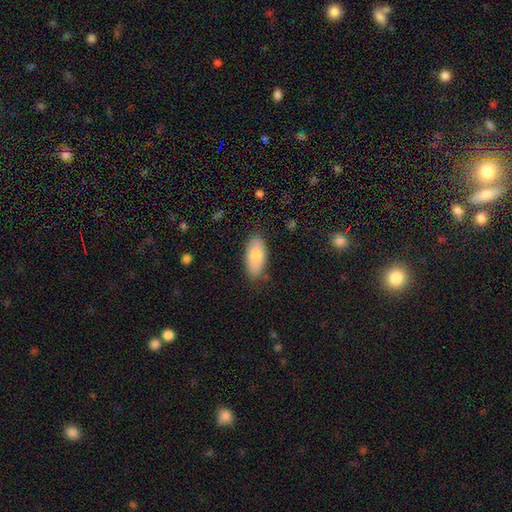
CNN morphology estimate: Smooth or featured?
  - smooth: 77% *
  - featured or disk: 17%
  - star or artifact: 6%
How rounded?
  - in between: 90% *
  - cigar-shaped: 8%
  - round: 2%
Merging?
  - none: 82% *
  - minor disturbance: 14%
  - major disturbance: 3%
  - merger: 1%